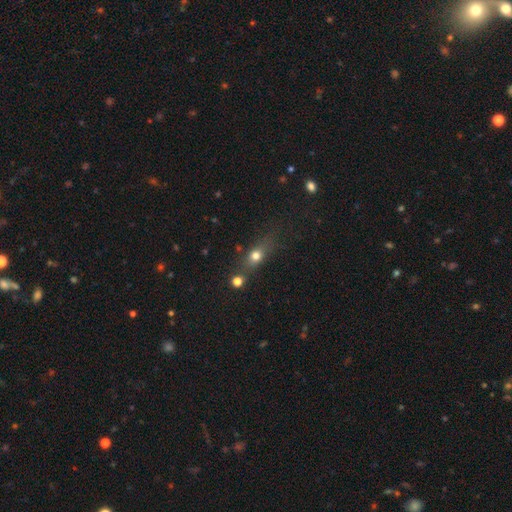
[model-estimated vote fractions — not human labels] This appears to be a smooth galaxy with no disk features (68%) that is in between round and cigar-shaped (44%). Merging: none (56%).